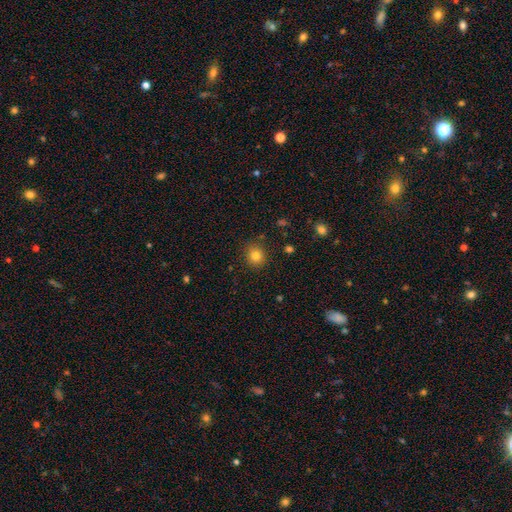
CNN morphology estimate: This is clearly a smooth galaxy (81%). How rounded: clearly round (81%). Merging: clearly none (88%).